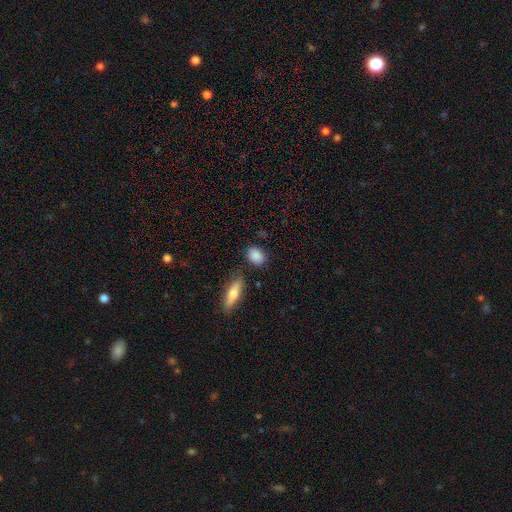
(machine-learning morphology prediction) This is clearly a smooth galaxy (86%). How rounded: likely in between (67%). Merging: likely none (77%).